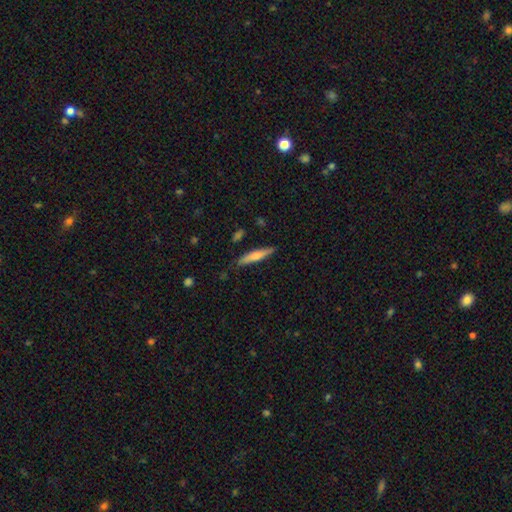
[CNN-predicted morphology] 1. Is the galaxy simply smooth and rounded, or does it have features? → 55% smooth, 39% featured or disk, 6% star or artifact.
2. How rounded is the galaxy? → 88% cigar-shaped, 10% in between, 2% round.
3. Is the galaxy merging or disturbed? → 84% none, 11% minor disturbance, 2% major disturbance, 2% merger.